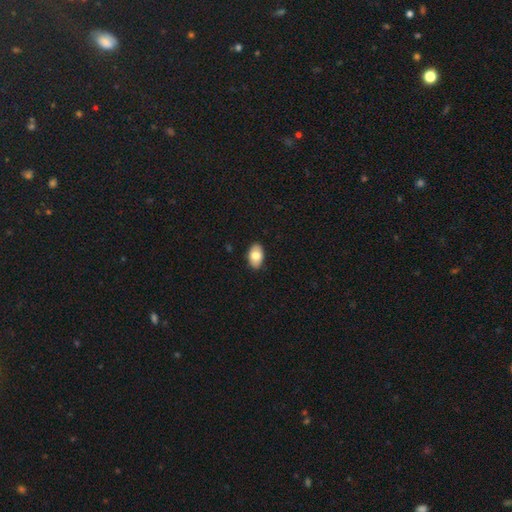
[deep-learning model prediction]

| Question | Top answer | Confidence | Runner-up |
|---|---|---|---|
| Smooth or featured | smooth | 79% | featured or disk (15%) |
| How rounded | in between | 92% | round (6%) |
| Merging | none | 88% | minor disturbance (9%) |